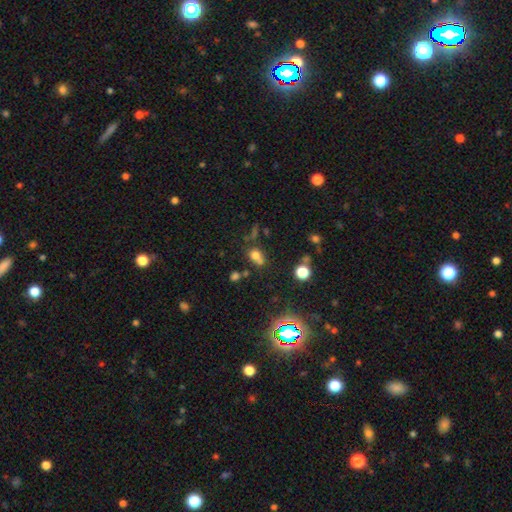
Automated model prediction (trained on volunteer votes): The model was most divided on "merging": none: 44%, merger: 36%, minor disturbance: 13%, major disturbance: 7%. More confident: smooth or featured — smooth (67%); how rounded — round (59%).